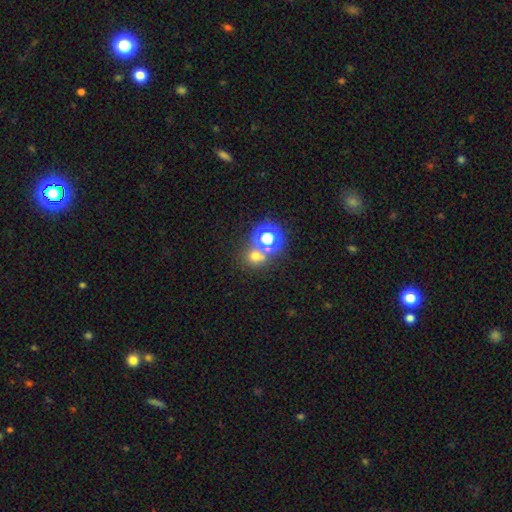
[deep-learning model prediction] Smooth or featured? smooth (61%)
How rounded? round (80%)
Merging? none (62%)